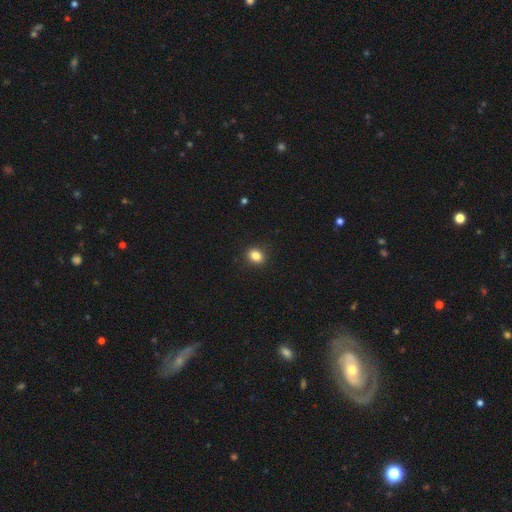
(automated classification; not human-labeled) smooth 84%, star or artifact 11%, featured or disk 5%. Down the decision tree: how rounded — in between (50%); merging — none (90%).